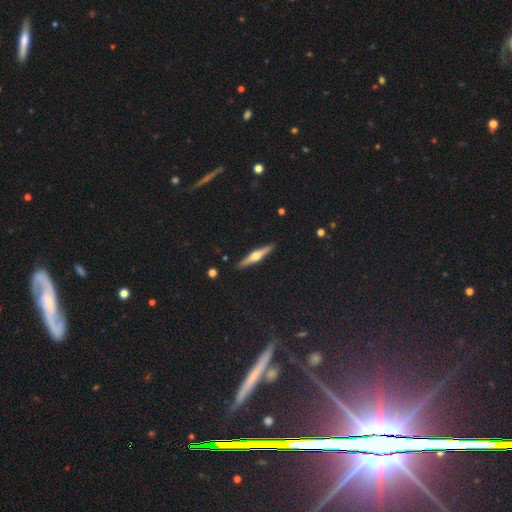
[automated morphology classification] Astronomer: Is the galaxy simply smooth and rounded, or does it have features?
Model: featured or disk — 72%.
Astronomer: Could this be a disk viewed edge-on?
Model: yes — 98%.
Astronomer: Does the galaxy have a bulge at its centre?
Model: rounded — 92%.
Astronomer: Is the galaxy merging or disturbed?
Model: none — 91%.